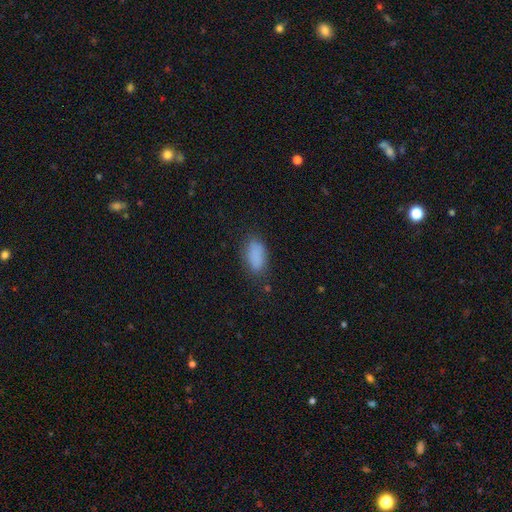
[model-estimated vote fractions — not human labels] A smooth galaxy with no disk features (86%) that is in between round and cigar-shaped (90%). Merging: none (76%).